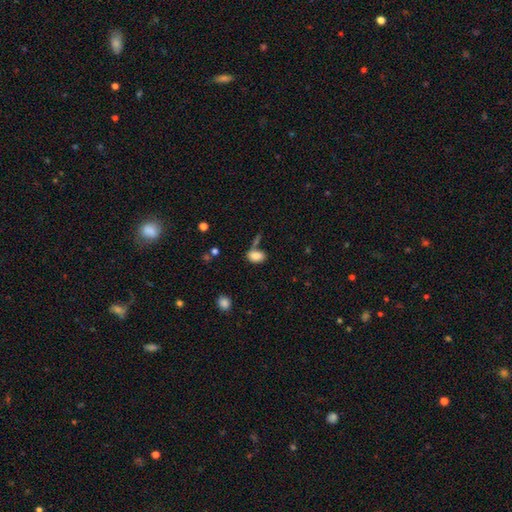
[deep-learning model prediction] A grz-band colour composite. It shows a smooth galaxy with no disk features (84%) that is in between round and cigar-shaped (89%). Merging: none (52%).